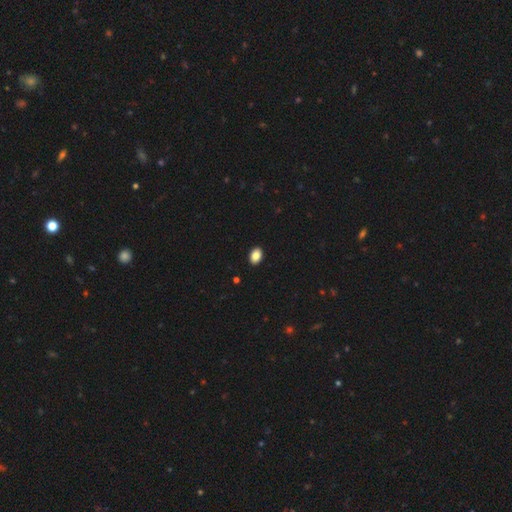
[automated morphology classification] Overall: smooth (87%). How rounded: in between (84%). Merging: none (92%).